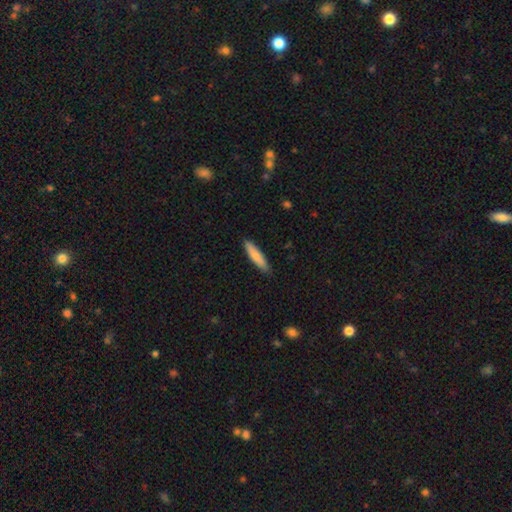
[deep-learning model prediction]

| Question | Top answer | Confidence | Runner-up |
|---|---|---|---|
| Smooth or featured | smooth | 82% | featured or disk (12%) |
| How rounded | cigar-shaped | 84% | in between (15%) |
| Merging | none | 88% | minor disturbance (9%) |